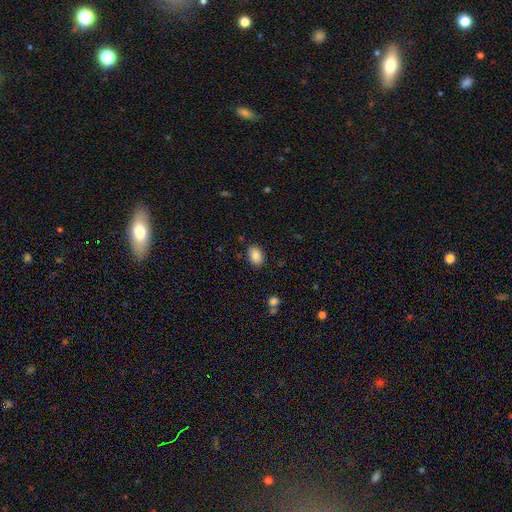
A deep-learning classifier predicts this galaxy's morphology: A smooth galaxy with no disk features (87%) that is in between round and cigar-shaped (83%). Merging: none (86%).